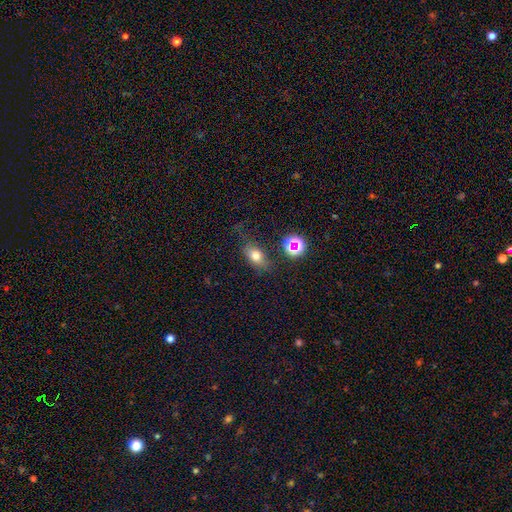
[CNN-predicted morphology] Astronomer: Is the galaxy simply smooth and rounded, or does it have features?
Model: smooth — 72%.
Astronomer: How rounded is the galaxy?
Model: in between — 76%.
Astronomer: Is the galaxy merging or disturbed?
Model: none — 69%.